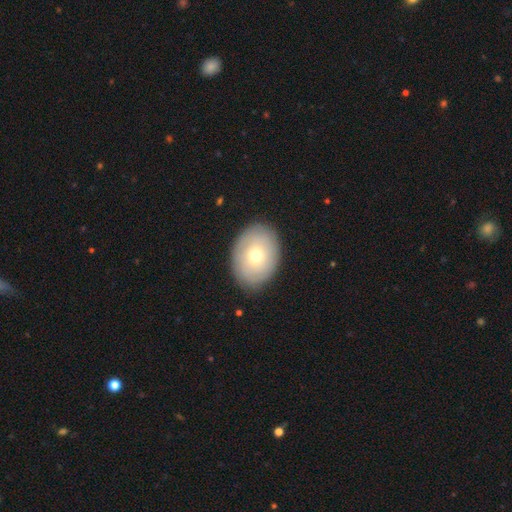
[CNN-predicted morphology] This is possibly a smooth galaxy (59%). How rounded: likely in between (70%). Merging: clearly none (85%).